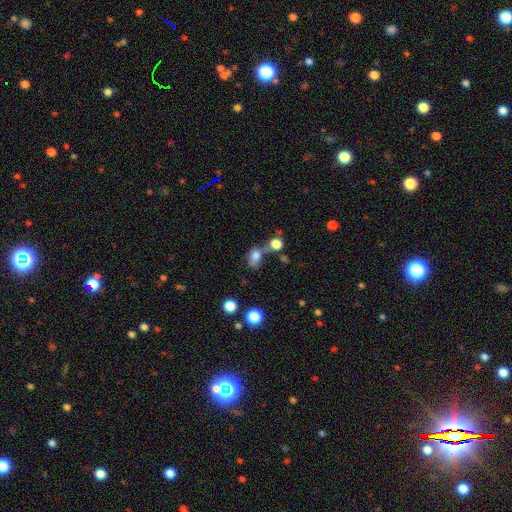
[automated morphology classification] type=smooth (73%); roundness=in between (64%); merging=merger (45%).